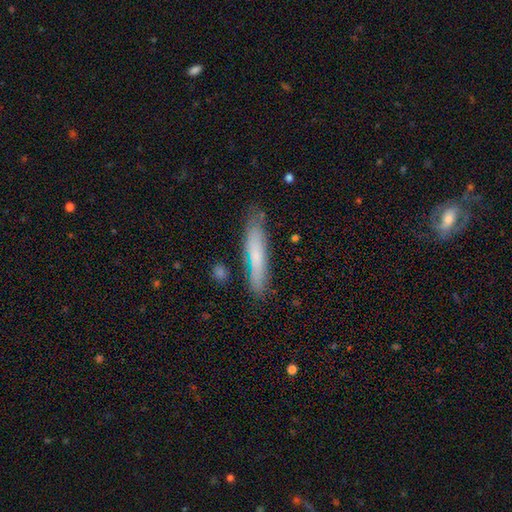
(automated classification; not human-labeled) smooth 65%, featured or disk 28%, star or artifact 7%. Down the decision tree: how rounded — cigar-shaped (86%); merging — none (77%).